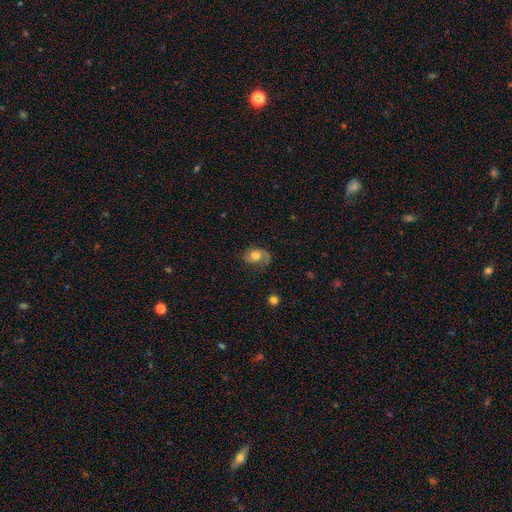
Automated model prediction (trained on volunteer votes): The model was most divided on "smooth or featured" (2-way tie): smooth: 46%, featured or disk: 46%, star or artifact: 8%. More confident: merging — none (56%).